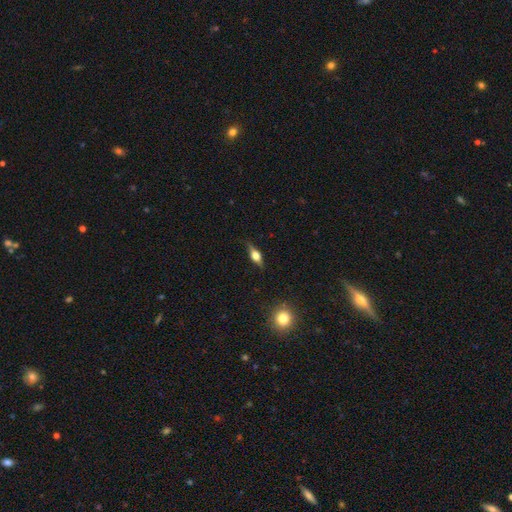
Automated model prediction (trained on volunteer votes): Smooth or featured: featured or disk — 57% (smooth — 35%)
Edge-on disk: yes — 94% (no — 6%)
Edge-on bulge: rounded — 92% (boxy — 6%)
Merging: none — 82% (minor disturbance — 13%)